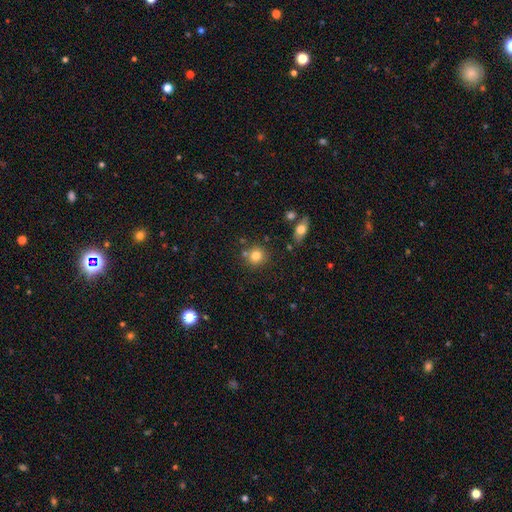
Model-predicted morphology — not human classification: Q: Smooth or featured?
A: smooth (81%); runner-up: star or artifact (12%)
Q: How rounded?
A: round (89%); runner-up: in between (10%)
Q: Merging?
A: none (77%); runner-up: merger (10%)